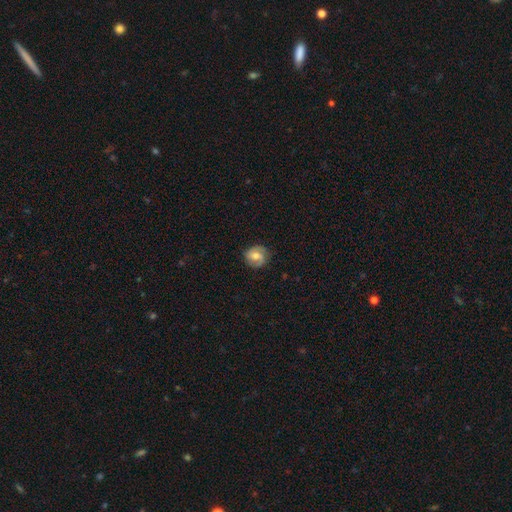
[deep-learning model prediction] Morphology: type=featured or disk (59%); edge-on=no (97%); bar=weak (45%); spiral arms=yes (89%); winding=medium (44%); arm count=2 (79%); bulge=moderate (63%); merging=none (79%).